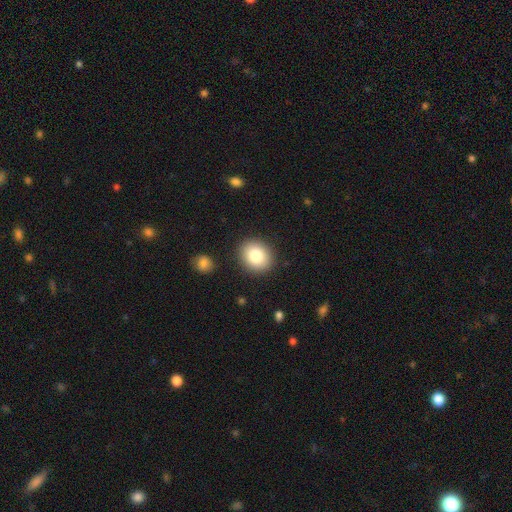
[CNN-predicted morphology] Q: Smooth or featured?
A: smooth (82%); runner-up: star or artifact (9%)
Q: How rounded?
A: round (69%); runner-up: in between (30%)
Q: Merging?
A: none (89%); runner-up: minor disturbance (7%)